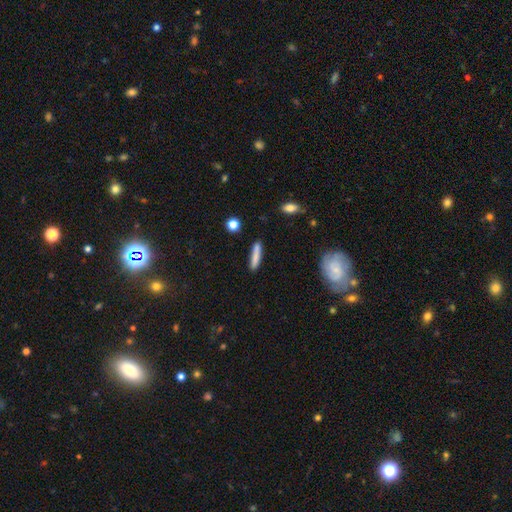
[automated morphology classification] A smooth galaxy with no disk features (80%) that is cigar-shaped (90%).

Vote fractions:
- Smooth or featured? smooth: 80% / featured or disk: 13% / star or artifact: 7%
- How rounded? cigar-shaped: 90% / in between: 9% / round: 2%
- Merging? none: 84% / minor disturbance: 11% / merger: 3% / major disturbance: 2%